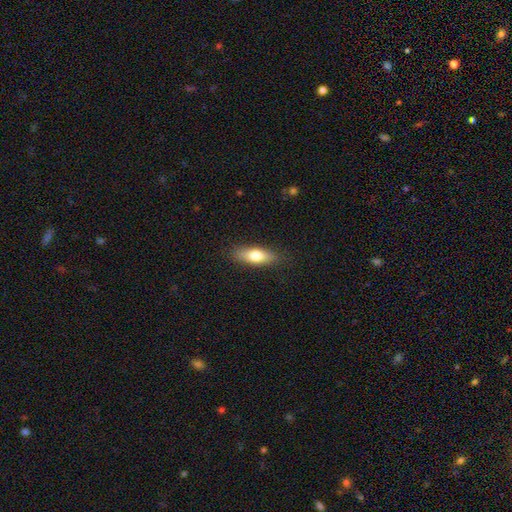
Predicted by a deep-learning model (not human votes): The model was most divided on "how rounded": in between: 59%, cigar-shaped: 38%, round: 3%. More confident: merging — none (86%); smooth or featured — smooth (72%).